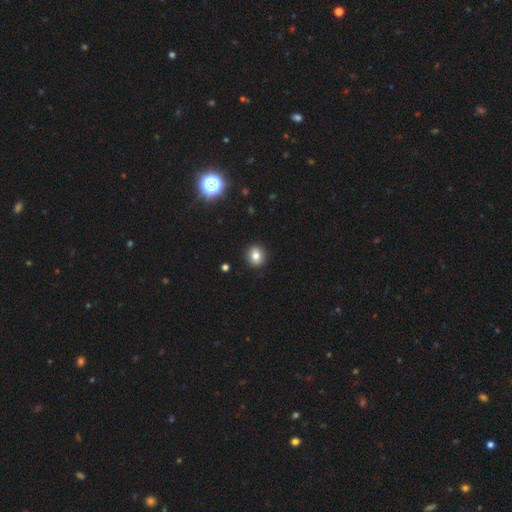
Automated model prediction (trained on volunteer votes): A smooth galaxy with no disk features (79%) that is round (84%).

Vote fractions:
- Smooth or featured? smooth: 79% / star or artifact: 11% / featured or disk: 10%
- How rounded? round: 84% / in between: 15% / cigar-shaped: 1%
- Merging? none: 92% / minor disturbance: 6% / major disturbance: 2% / merger: 1%